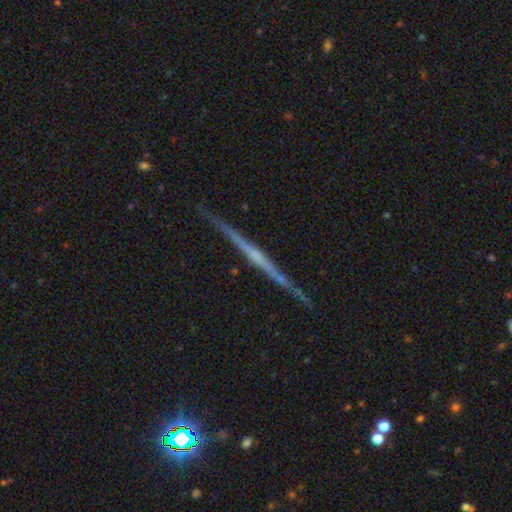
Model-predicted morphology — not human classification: Smooth or featured: featured or disk — 80% (smooth — 13%)
Edge-on disk: yes — 98% (no — 2%)
Edge-on bulge: none — 50% (rounded — 38%)
Merging: none — 89% (minor disturbance — 8%)